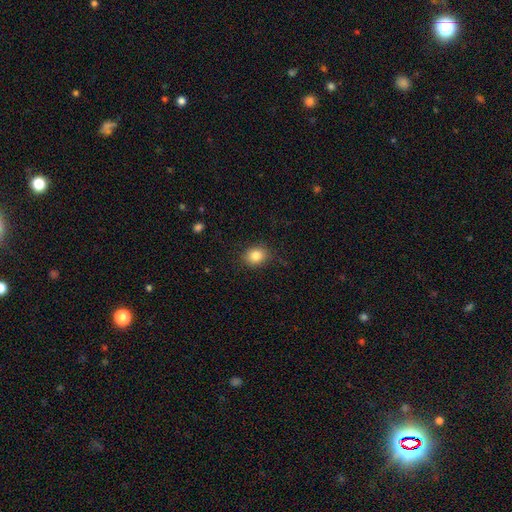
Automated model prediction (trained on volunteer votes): A smooth galaxy with no disk features (84%) that is round (57%).

Vote fractions:
- Smooth or featured? smooth: 84% / star or artifact: 10% / featured or disk: 6%
- How rounded? round: 57% / in between: 43% / cigar-shaped: 1%
- Merging? none: 86% / minor disturbance: 11% / major disturbance: 3% / merger: 1%